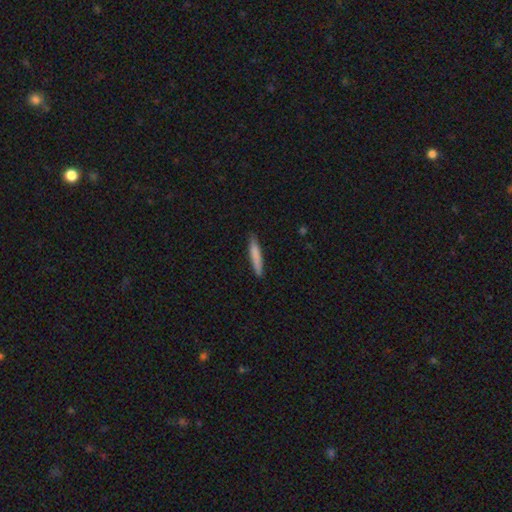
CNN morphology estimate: Smooth or featured? Predicted: smooth (p=0.79). How rounded? Predicted: cigar-shaped (p=0.92). Merging? Predicted: none (p=0.84).